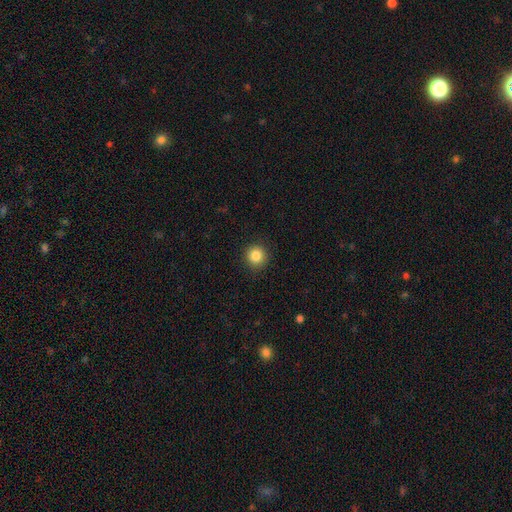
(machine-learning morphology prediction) Smooth or featured? Predicted: smooth (p=0.86). How rounded? Predicted: round (p=0.94). Merging? Predicted: none (p=0.91).